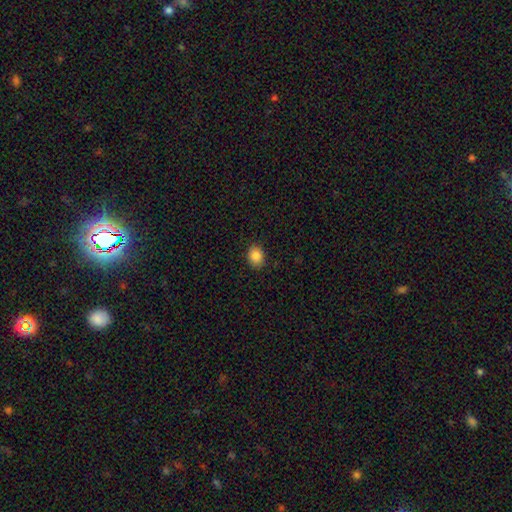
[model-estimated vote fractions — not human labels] smooth 87%, star or artifact 9%, featured or disk 4%. Down the decision tree: how rounded — in between (53%); merging — none (89%).